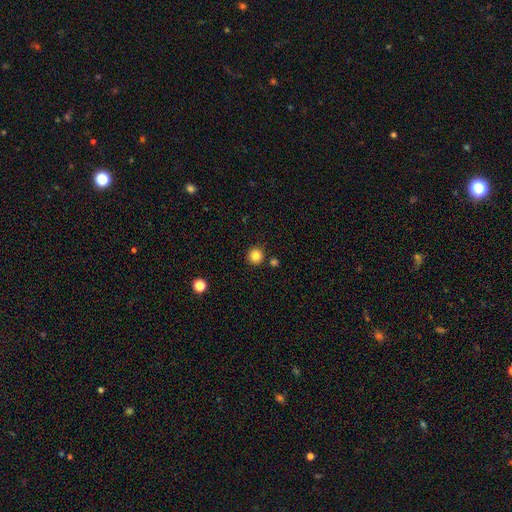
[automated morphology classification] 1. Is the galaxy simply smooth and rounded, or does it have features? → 84% smooth, 11% star or artifact, 5% featured or disk.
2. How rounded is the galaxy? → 94% round, 5% in between, 1% cigar-shaped.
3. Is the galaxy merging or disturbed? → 88% none, 6% minor disturbance, 4% merger, 2% major disturbance.